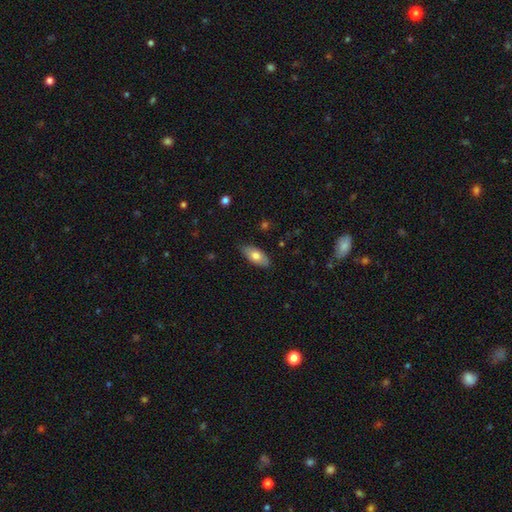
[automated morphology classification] The model was most divided on "smooth or featured": smooth: 72%, featured or disk: 21%, star or artifact: 6%. More confident: how rounded — in between (89%); merging — none (83%).